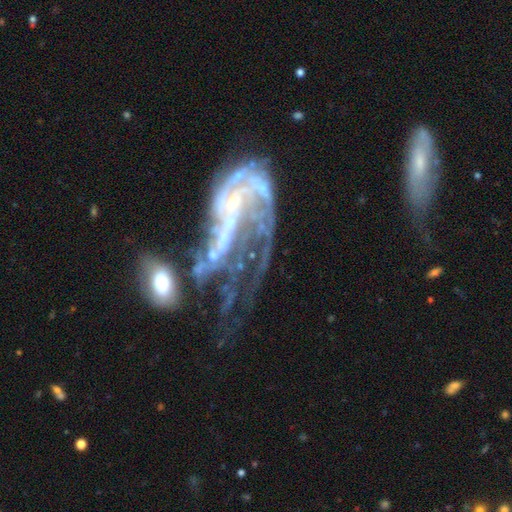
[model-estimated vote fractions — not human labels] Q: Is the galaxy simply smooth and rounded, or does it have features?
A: featured or disk — 78%.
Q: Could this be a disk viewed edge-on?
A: no — 93%.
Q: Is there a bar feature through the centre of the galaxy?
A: no — 60%.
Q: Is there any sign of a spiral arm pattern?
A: yes — 70%.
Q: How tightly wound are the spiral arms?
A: loose — 47%.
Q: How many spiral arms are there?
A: can't tell — 36%.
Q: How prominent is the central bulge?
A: small — 48%.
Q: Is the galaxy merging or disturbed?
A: major disturbance — 41%.